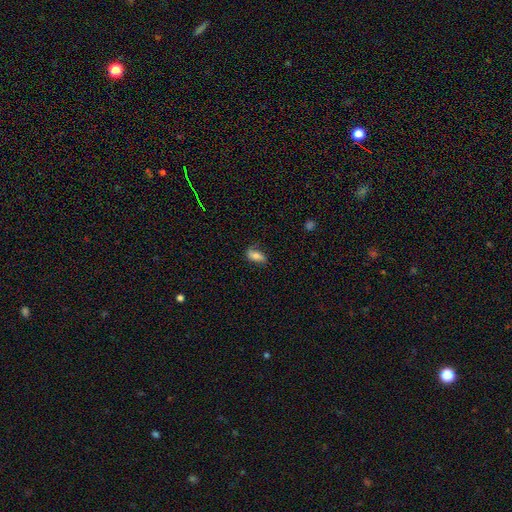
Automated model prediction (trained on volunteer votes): smooth_or_featured: smooth (p=0.63) [alt: featured or disk p=0.29]
how_rounded: in between (p=0.85) [alt: cigar-shaped p=0.10]
merging: none (p=0.66) [alt: minor disturbance p=0.25]